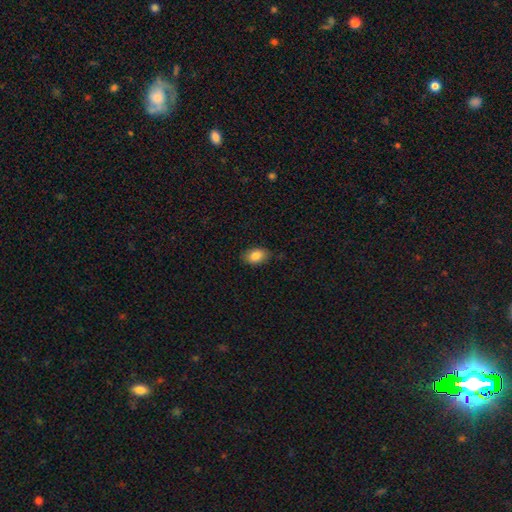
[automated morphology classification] This is clearly a smooth galaxy (85%). How rounded: clearly in between (84%). Merging: clearly none (82%).